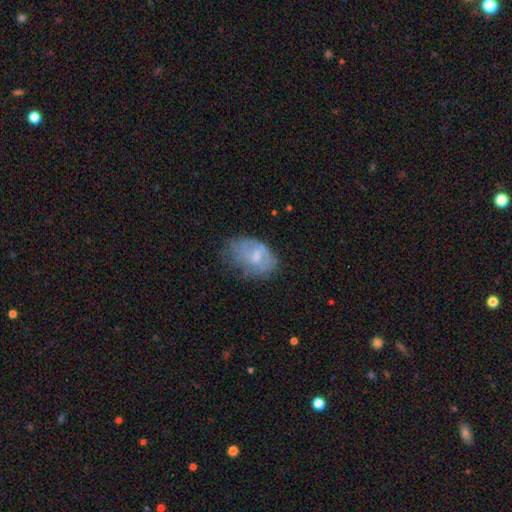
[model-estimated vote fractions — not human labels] This appears to be a smooth galaxy with no disk features (51%) that is in between round and cigar-shaped (88%). Merging: none (44%).